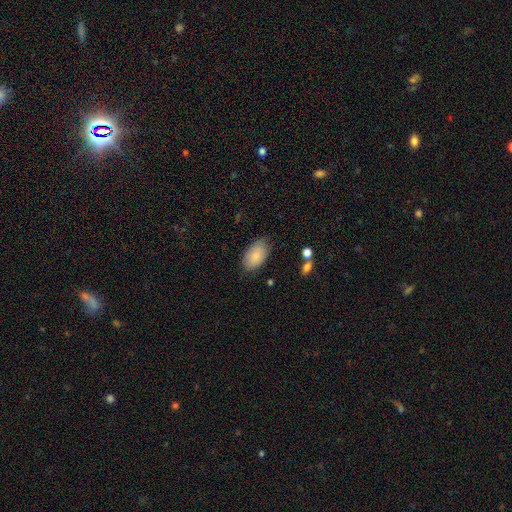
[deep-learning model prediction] Smooth or featured: smooth — 85% (featured or disk — 9%)
How rounded: in between — 94% (round — 4%)
Merging: none — 78% (minor disturbance — 17%)